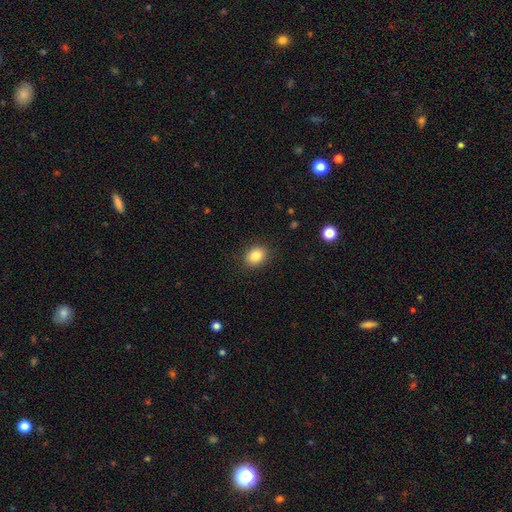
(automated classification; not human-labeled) smooth-or-featured: smooth: 85% | star or artifact: 9% | featured or disk: 6%
  how-rounded: in between: 56% | round: 43% | cigar-shaped: 1%
  merging: none: 88% | minor disturbance: 9% | major disturbance: 3% | merger: 1%